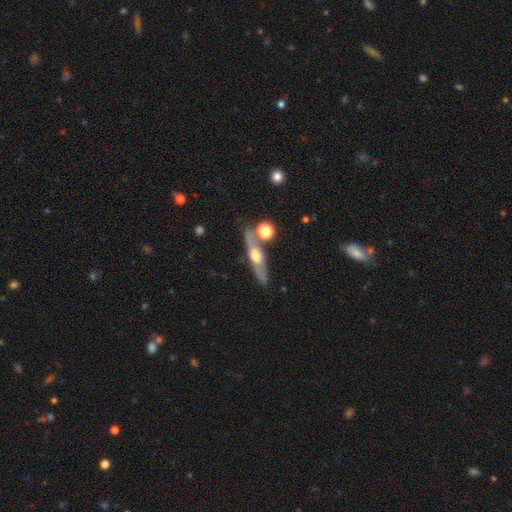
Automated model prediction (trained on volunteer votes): A featured or disk galaxy (60%) viewed edge-on (83%) with a rounded central bulge (90%).

Vote fractions:
- Smooth or featured? featured or disk: 60% / smooth: 32% / star or artifact: 7%
- Edge-on disk? yes: 83% / no: 17%
- Edge-on bulge? rounded: 90% / none: 6% / boxy: 5%
- Merging? none: 73% / minor disturbance: 12% / merger: 11% / major disturbance: 4%